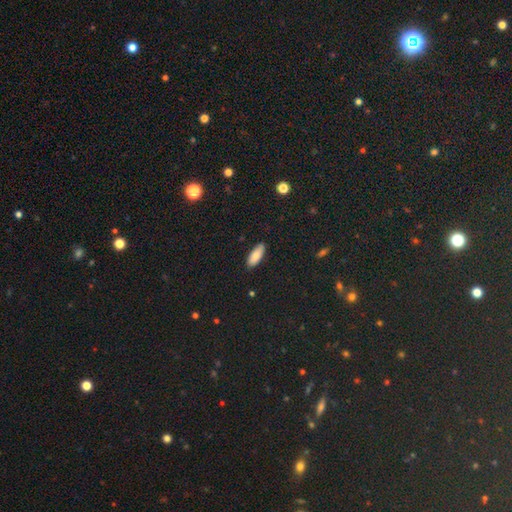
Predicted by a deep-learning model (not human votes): This is clearly a smooth galaxy (85%). How rounded: likely in between (72%). Merging: clearly none (88%).